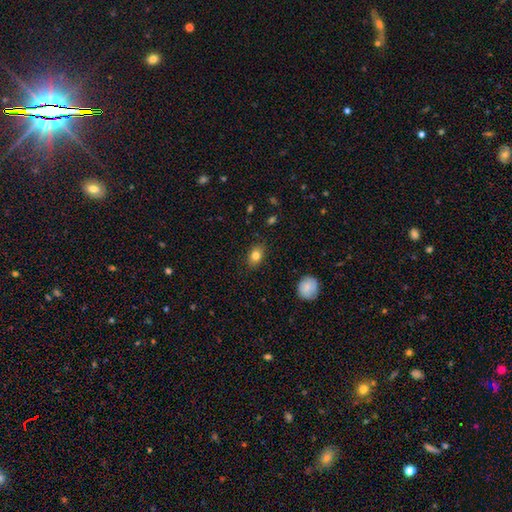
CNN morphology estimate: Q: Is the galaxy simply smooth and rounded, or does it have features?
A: smooth — 81%.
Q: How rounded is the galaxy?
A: in between — 73%.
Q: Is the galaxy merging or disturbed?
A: none — 85%.